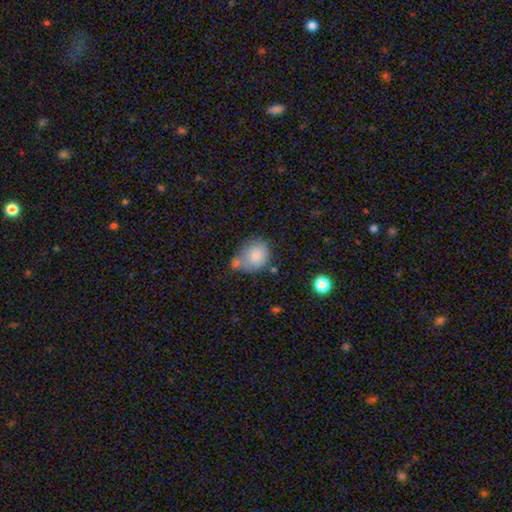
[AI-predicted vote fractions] Morphology: type=smooth (80%); roundness=round (62%); merging=none (41%).